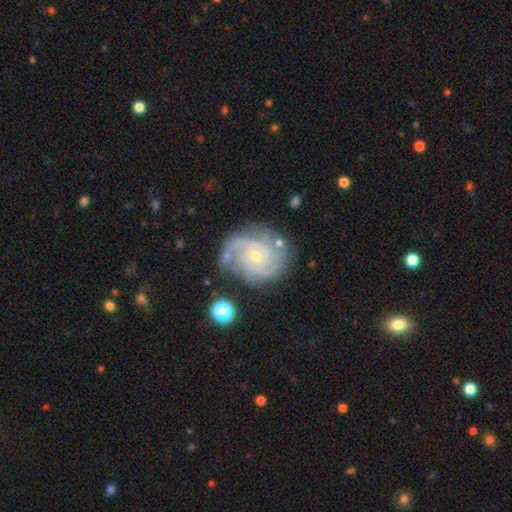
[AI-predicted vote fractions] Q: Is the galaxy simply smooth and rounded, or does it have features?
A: featured or disk — 91%.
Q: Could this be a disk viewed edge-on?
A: no — 98%.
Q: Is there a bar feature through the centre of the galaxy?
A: no — 72%.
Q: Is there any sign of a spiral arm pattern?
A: yes — 98%.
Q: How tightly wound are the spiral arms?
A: tight — 64%.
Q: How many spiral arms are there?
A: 2 — 44%.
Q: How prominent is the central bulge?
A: small — 70%.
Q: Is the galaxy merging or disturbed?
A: none — 72%.